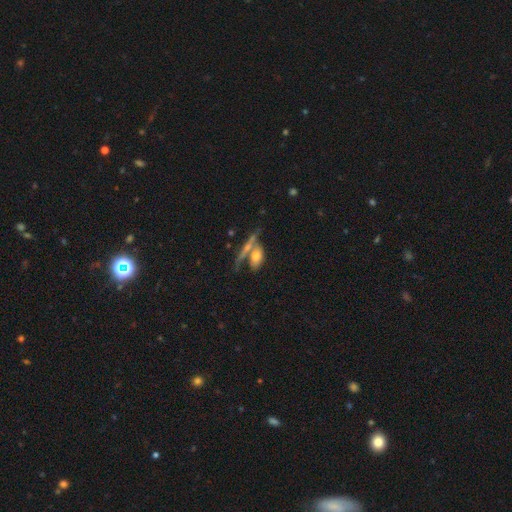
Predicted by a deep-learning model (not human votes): Morphology: type=smooth (60%); roundness=in between (71%); merging=merger (43%).